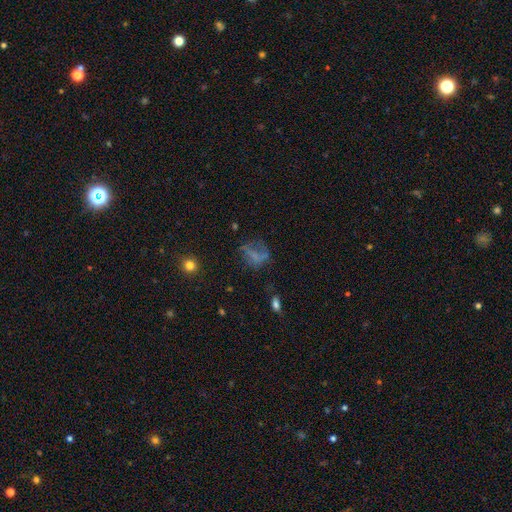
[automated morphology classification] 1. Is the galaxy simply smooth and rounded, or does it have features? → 42% smooth, 36% featured or disk, 22% star or artifact.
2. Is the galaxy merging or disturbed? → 38% none, 36% major disturbance, 21% minor disturbance, 5% merger.